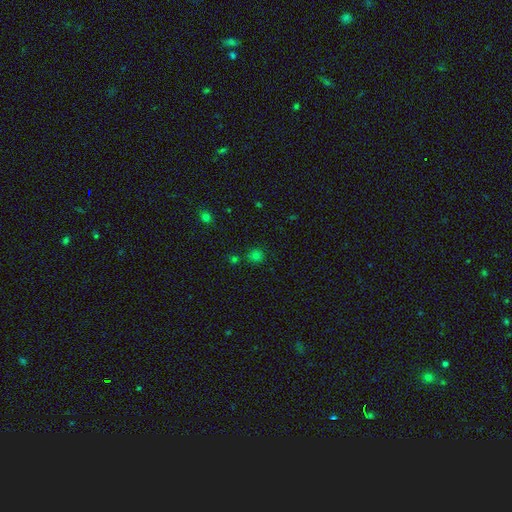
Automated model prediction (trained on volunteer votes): Smooth or featured? smooth (69%)
How rounded? round (88%)
Merging? none (79%)